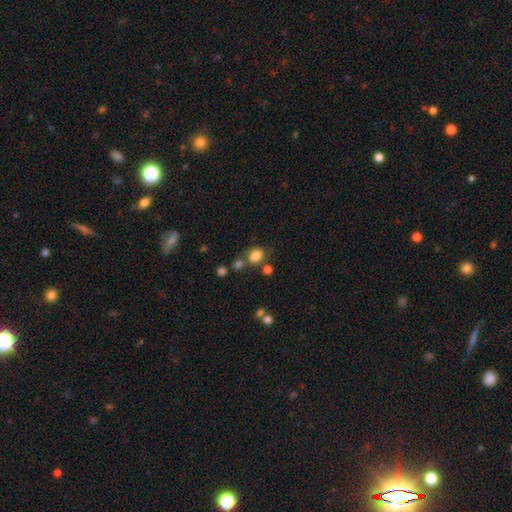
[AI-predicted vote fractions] Smooth or featured?
  - smooth: 81% *
  - star or artifact: 12%
  - featured or disk: 7%
How rounded?
  - round: 54% *
  - in between: 45%
  - cigar-shaped: 1%
Merging?
  - none: 63% *
  - merger: 17%
  - minor disturbance: 14%
  - major disturbance: 6%